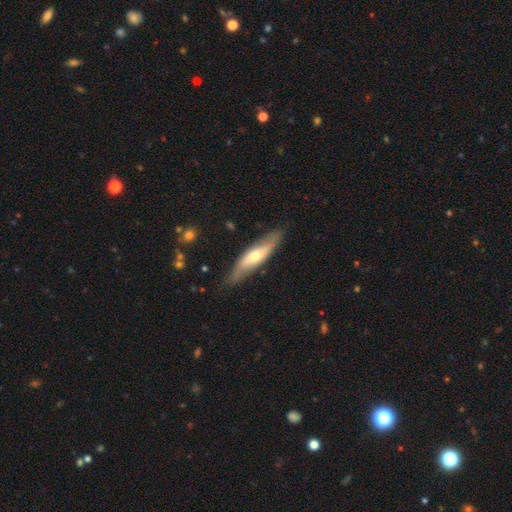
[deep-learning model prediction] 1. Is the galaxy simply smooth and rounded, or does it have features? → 53% featured or disk, 41% smooth, 6% star or artifact.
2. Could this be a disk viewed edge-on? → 58% yes, 42% no.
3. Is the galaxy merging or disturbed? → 80% none, 15% minor disturbance, 3% major disturbance, 1% merger.